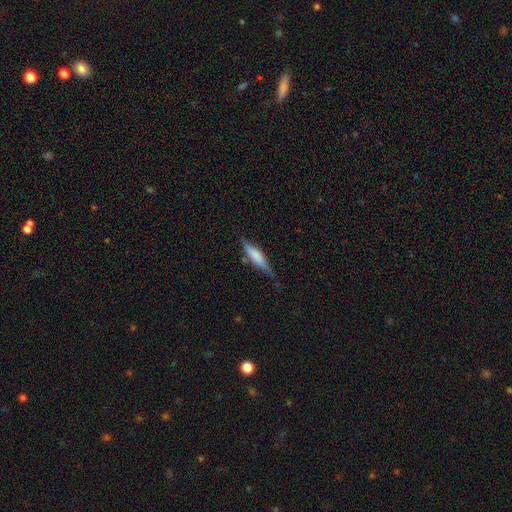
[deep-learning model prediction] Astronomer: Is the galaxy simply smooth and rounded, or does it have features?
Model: featured or disk — 47% (runner-up: smooth, 46%).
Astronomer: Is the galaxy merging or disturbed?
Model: none — 76%.